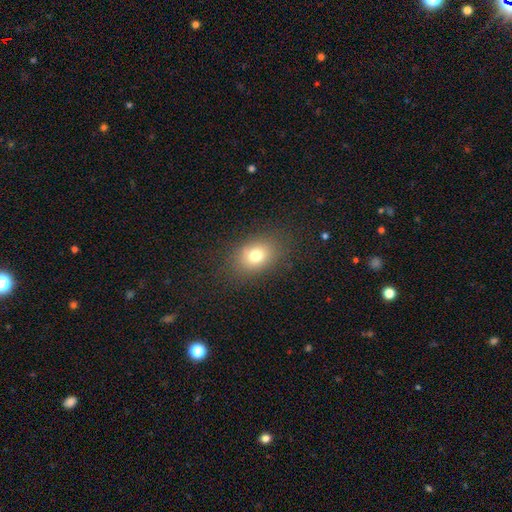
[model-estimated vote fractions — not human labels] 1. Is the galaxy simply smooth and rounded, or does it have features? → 76% smooth, 12% star or artifact, 12% featured or disk.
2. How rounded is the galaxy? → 67% in between, 31% round, 1% cigar-shaped.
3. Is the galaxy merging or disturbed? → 82% none, 12% minor disturbance, 5% major disturbance, 1% merger.